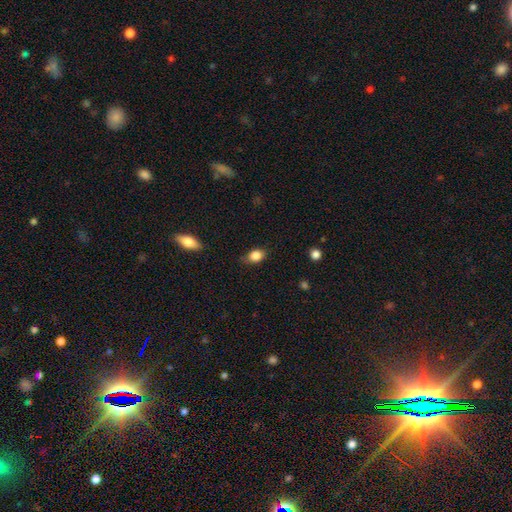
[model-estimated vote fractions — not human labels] smooth_or_featured: smooth (p=0.84) [alt: star or artifact p=0.09]
how_rounded: in between (p=0.72) [alt: round p=0.26]
merging: none (p=0.70) [alt: minor disturbance p=0.24]